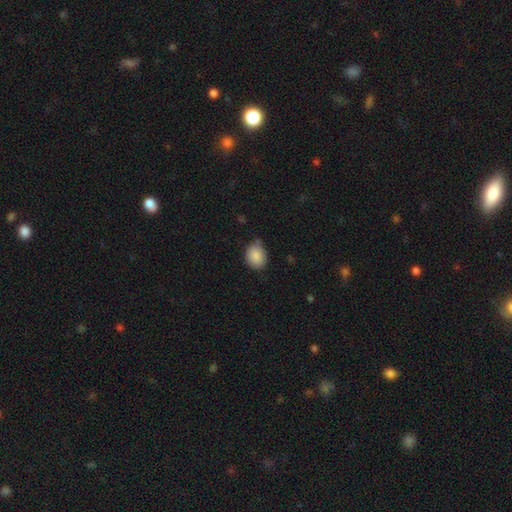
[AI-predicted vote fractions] smooth_or_featured: smooth (p=0.87) [alt: star or artifact p=0.08]
how_rounded: round (p=0.55) [alt: in between p=0.44]
merging: none (p=0.63) [alt: minor disturbance p=0.29]